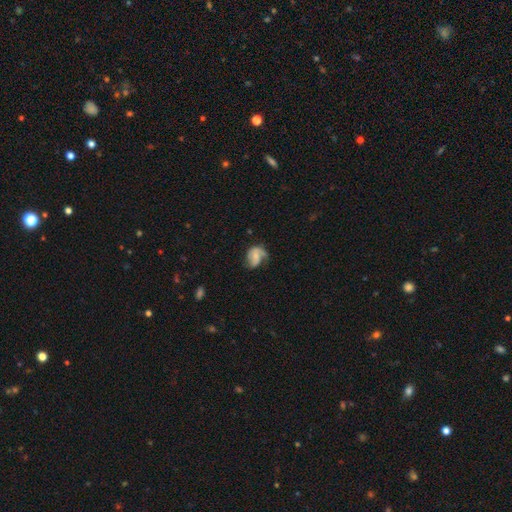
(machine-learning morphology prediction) Smooth or featured? Predicted: featured or disk (p=0.58). Edge-on disk? Predicted: no (p=0.97). Bar? Predicted: no (p=0.54). Spiral arms? Predicted: yes (p=0.86). Bulge size? Predicted: small (p=0.48). Merging? Predicted: none (p=0.43).